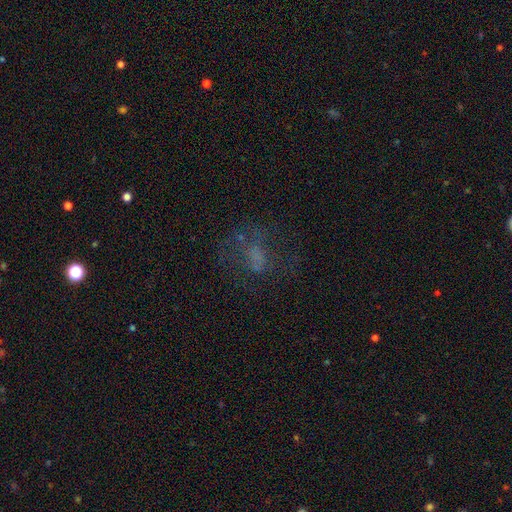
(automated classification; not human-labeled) This is marginally a smooth galaxy (37%). Merging: possibly none (52%).